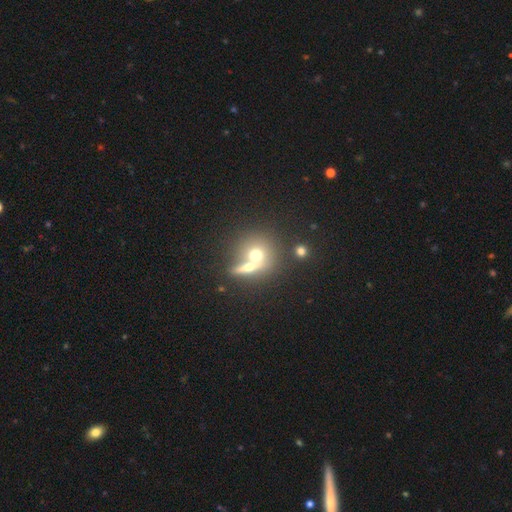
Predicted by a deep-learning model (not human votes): This appears to be a smooth galaxy with no disk features (61%) that is round (83%). Merging: none (46%).